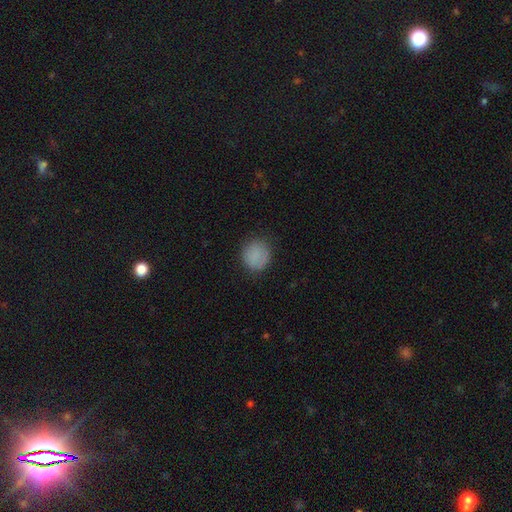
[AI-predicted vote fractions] Q: Smooth or featured?
A: smooth (84%); runner-up: star or artifact (9%)
Q: How rounded?
A: round (85%); runner-up: in between (14%)
Q: Merging?
A: none (79%); runner-up: minor disturbance (15%)